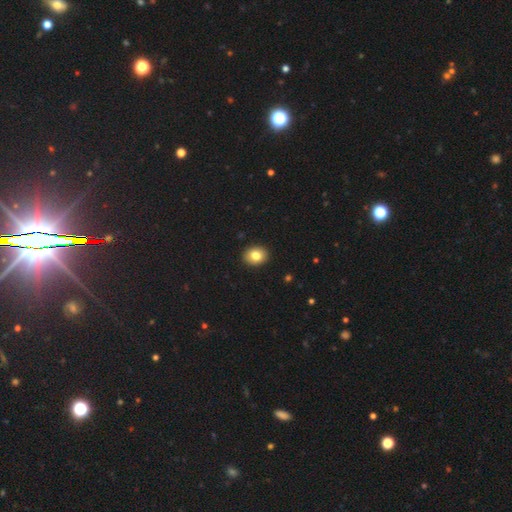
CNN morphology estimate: Smooth or featured? Predicted: smooth (p=0.82). How rounded? Predicted: round (p=0.51). Merging? Predicted: none (p=0.92).